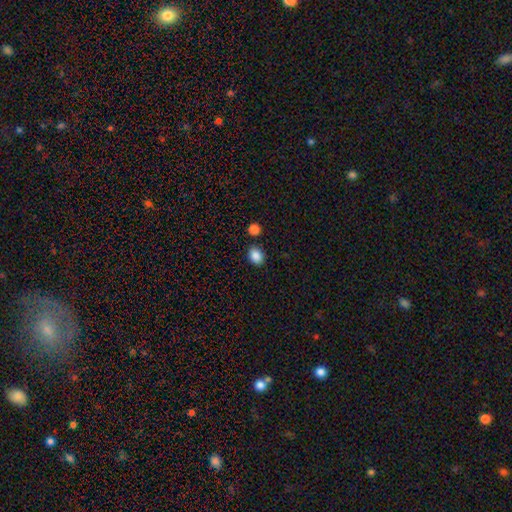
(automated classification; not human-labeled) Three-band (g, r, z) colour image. It shows a smooth galaxy with no disk features (87%) that is in between round and cigar-shaped (51%). Merging: none (83%).